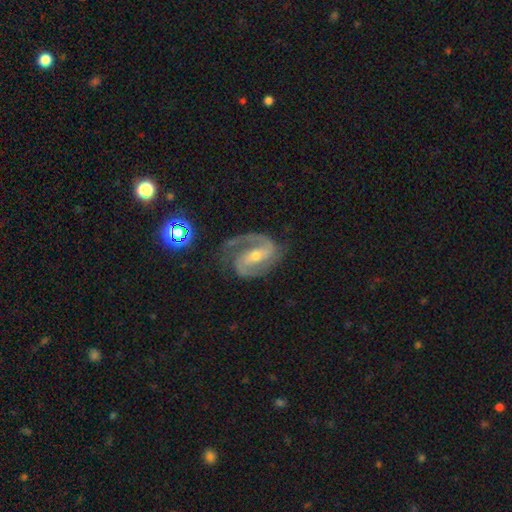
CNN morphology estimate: Overall: featured or disk (90%). Edge-on disk: no (97%). Bar: strong (44%; weak 37%). Spiral arms: yes (98%). Spiral arm count: 2 (89%). Spiral winding: medium (57%; tight 28%). Bulge size: small (49%; moderate 47%). Merging: none (72%).